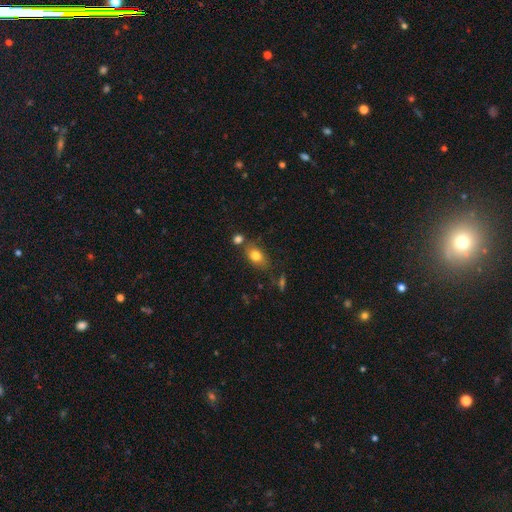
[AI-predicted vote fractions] Smooth or featured: smooth — 79% (featured or disk — 12%)
How rounded: in between — 82% (round — 14%)
Merging: none — 66% (minor disturbance — 15%)